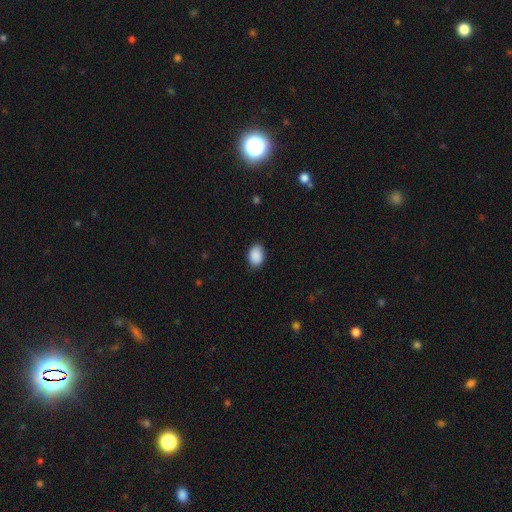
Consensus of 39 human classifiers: A smooth galaxy with no disk features (87%) that is in between round and cigar-shaped (76%). Merging: none (89%).